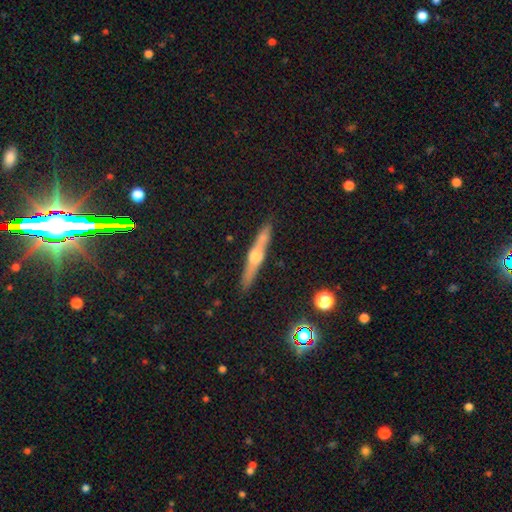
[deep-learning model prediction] Morphology: type=featured or disk (68%); edge-on=yes (96%); edge-on bulge=rounded (88%); merging=none (86%).